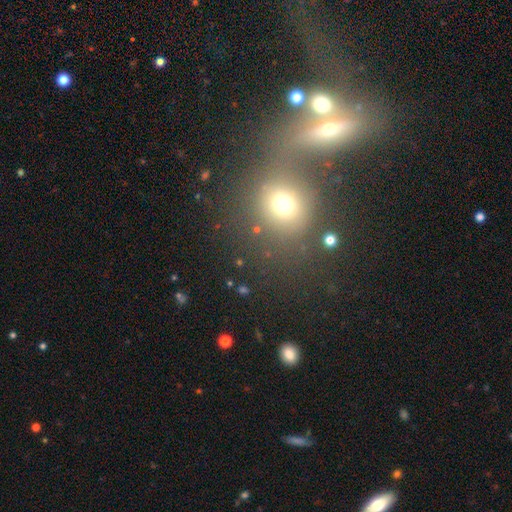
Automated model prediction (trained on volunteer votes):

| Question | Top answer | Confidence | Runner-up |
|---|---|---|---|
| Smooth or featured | smooth | 51% | star or artifact (30%) |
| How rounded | round | 69% | in between (28%) |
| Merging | merger | 45% | none (37%) |